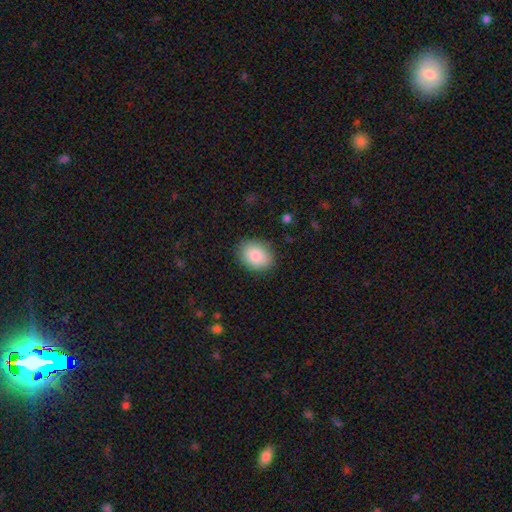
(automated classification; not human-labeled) Smooth or featured? smooth (87%)
How rounded? in between (63%)
Merging? none (87%)